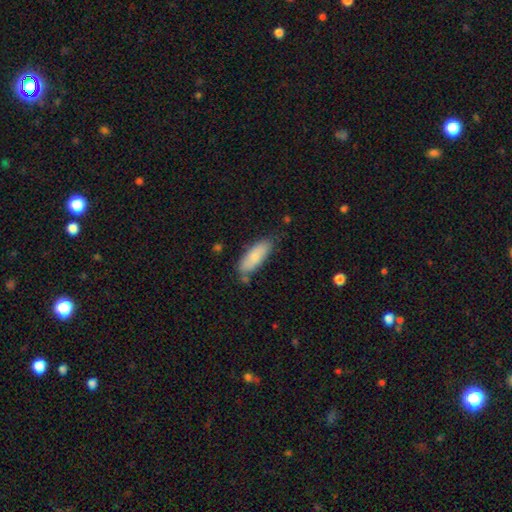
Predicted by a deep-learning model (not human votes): A smooth galaxy with no disk features (80%) that is in between round and cigar-shaped (71%).

Vote fractions:
- Smooth or featured? smooth: 80% / featured or disk: 14% / star or artifact: 6%
- How rounded? in between: 71% / cigar-shaped: 27% / round: 2%
- Merging? none: 70% / minor disturbance: 21% / merger: 5% / major disturbance: 4%